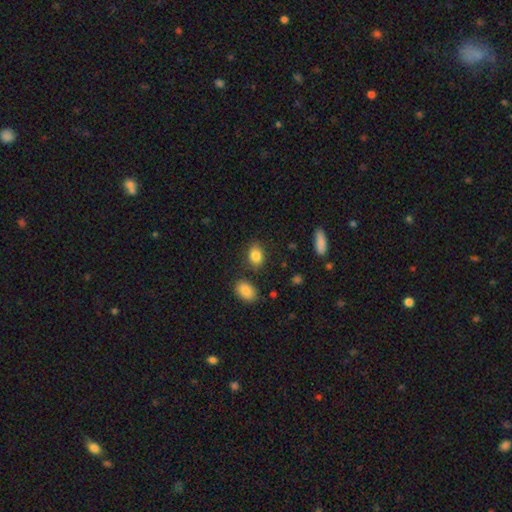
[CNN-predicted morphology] Smooth or featured?
  - smooth: 85% *
  - star or artifact: 9%
  - featured or disk: 6%
How rounded?
  - in between: 70% *
  - round: 28%
  - cigar-shaped: 2%
Merging?
  - none: 81% *
  - minor disturbance: 12%
  - merger: 4%
  - major disturbance: 3%